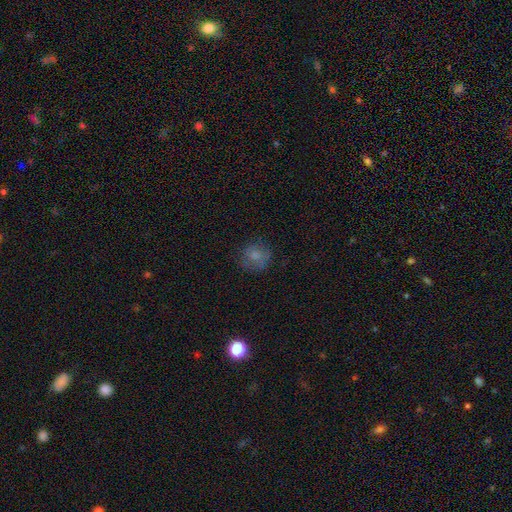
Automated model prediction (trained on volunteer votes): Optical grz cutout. It shows a smooth galaxy with no disk features (76%) that is round (82%). Merging: none (70%).